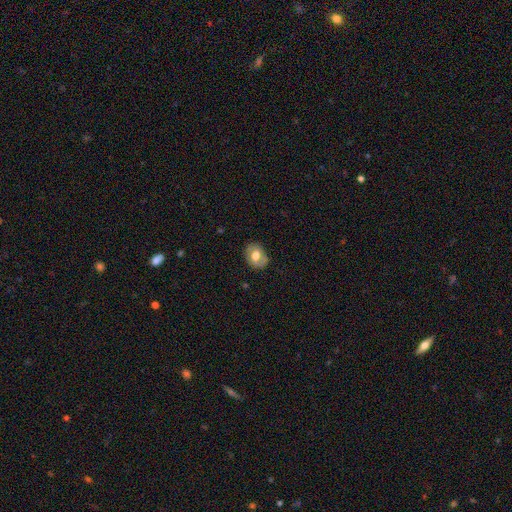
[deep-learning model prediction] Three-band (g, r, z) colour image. It shows a smooth galaxy with no disk features (60%) that is in between round and cigar-shaped (60%). Merging: none (77%).